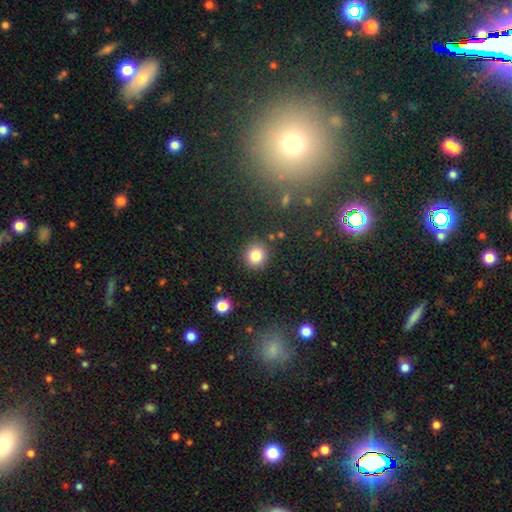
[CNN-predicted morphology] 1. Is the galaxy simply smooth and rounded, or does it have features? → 83% smooth, 11% star or artifact, 6% featured or disk.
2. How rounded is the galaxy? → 88% round, 11% in between, 1% cigar-shaped.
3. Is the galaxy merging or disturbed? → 87% none, 8% minor disturbance, 3% merger, 2% major disturbance.